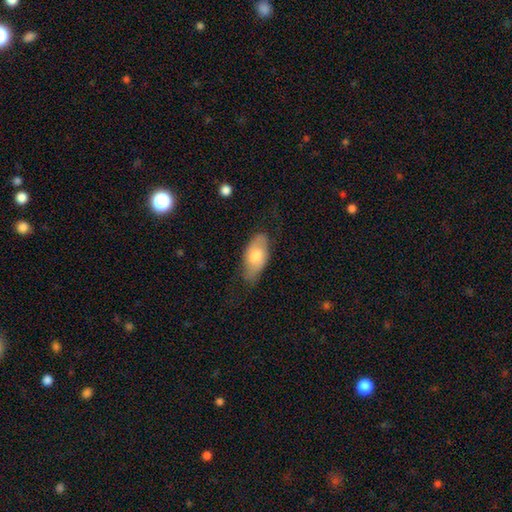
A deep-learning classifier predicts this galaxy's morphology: type=smooth (67%); roundness=in between (91%); merging=none (66%).